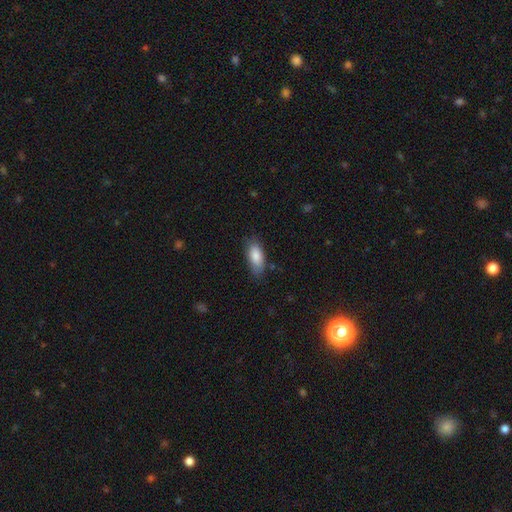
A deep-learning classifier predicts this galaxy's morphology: Smooth or featured? Predicted: smooth (p=0.84). How rounded? Predicted: in between (p=0.82). Merging? Predicted: none (p=0.75).